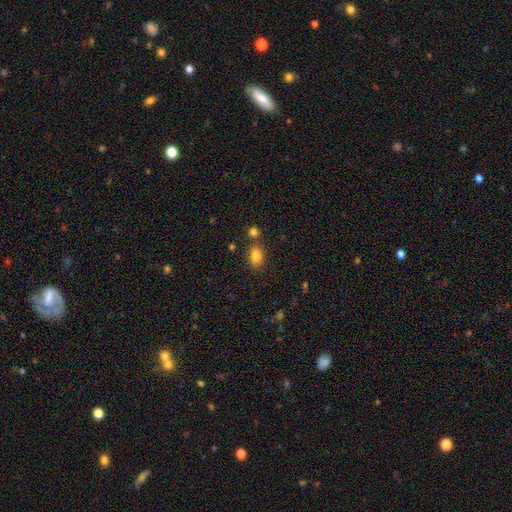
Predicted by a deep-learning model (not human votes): A smooth galaxy with no disk features (83%) that is in between round and cigar-shaped (84%). Merging: none (72%).